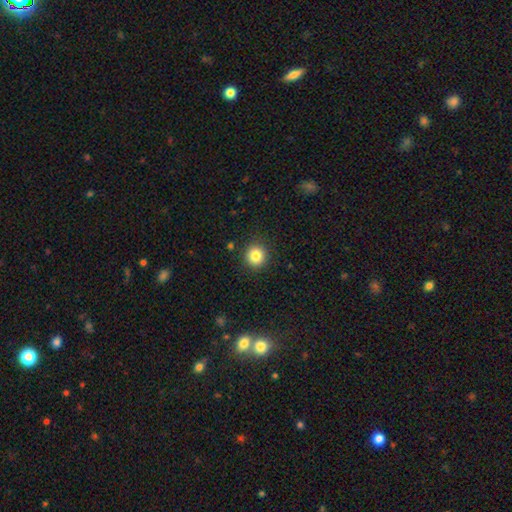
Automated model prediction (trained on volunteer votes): Smooth or featured?
  - smooth: 83% *
  - star or artifact: 11%
  - featured or disk: 6%
How rounded?
  - round: 92% *
  - in between: 7%
  - cigar-shaped: 1%
Merging?
  - none: 91% *
  - minor disturbance: 6%
  - major disturbance: 2%
  - merger: 1%